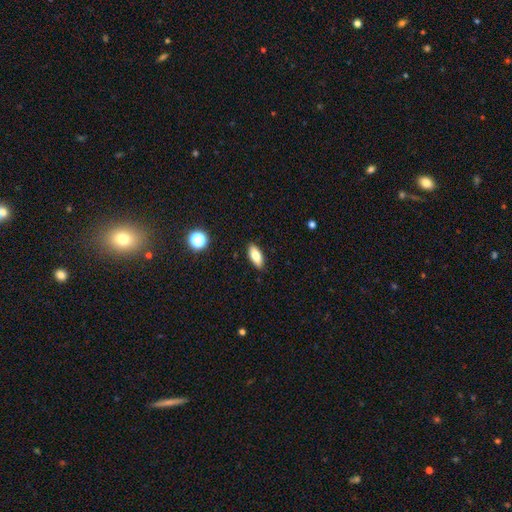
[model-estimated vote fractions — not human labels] Q: Smooth or featured?
A: smooth (78%); runner-up: featured or disk (14%)
Q: How rounded?
A: in between (80%); runner-up: cigar-shaped (17%)
Q: Merging?
A: none (88%); runner-up: minor disturbance (9%)